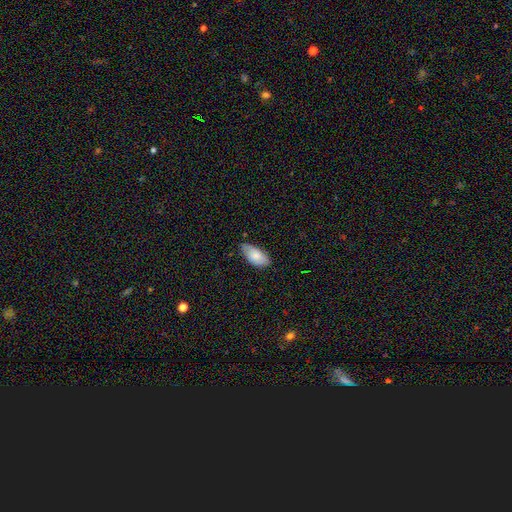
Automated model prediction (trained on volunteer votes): smooth_or_featured: smooth (p=0.80) [alt: featured or disk p=0.14]
how_rounded: in between (p=0.93) [alt: cigar-shaped p=0.05]
merging: none (p=0.66) [alt: minor disturbance p=0.29]